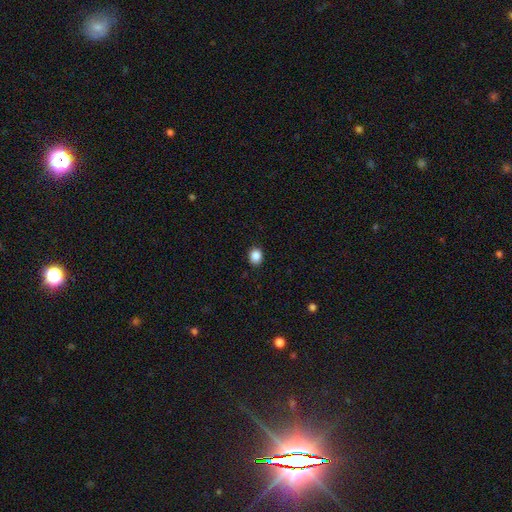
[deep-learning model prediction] Smooth or featured?
  - smooth: 88% *
  - star or artifact: 9%
  - featured or disk: 3%
How rounded?
  - round: 67% *
  - in between: 32%
  - cigar-shaped: 1%
Merging?
  - none: 91% *
  - minor disturbance: 6%
  - major disturbance: 2%
  - merger: 1%